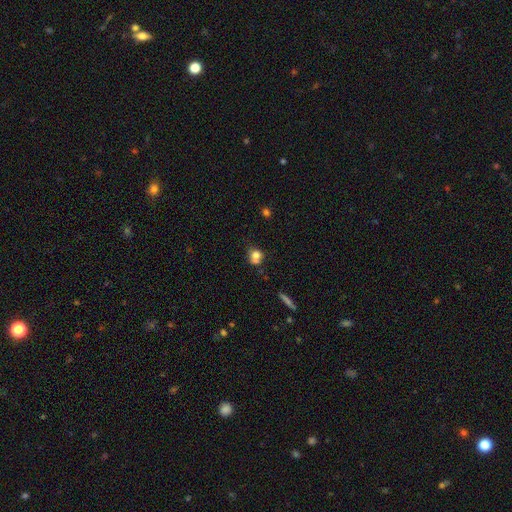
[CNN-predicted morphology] This appears to be a smooth galaxy with no disk features (74%) that is round (71%). Merging: none (42%).